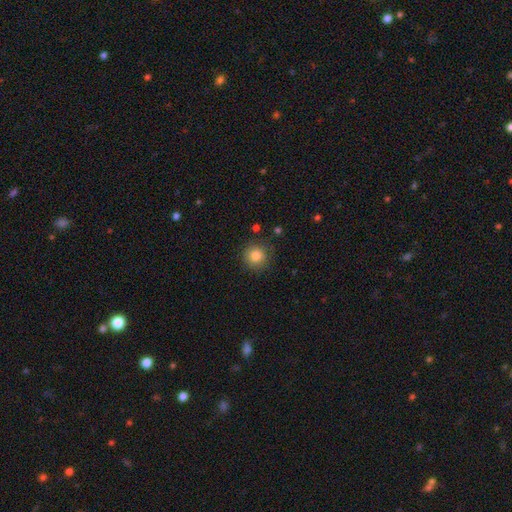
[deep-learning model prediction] This appears to be a smooth galaxy with no disk features (84%) that is round (94%). Merging: none (86%).